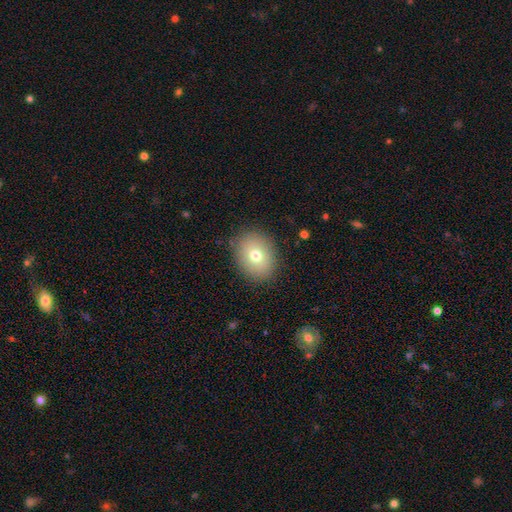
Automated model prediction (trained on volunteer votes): smooth 73%, featured or disk 16%, star or artifact 11%. Down the decision tree: how rounded — round (51%); merging — none (87%).